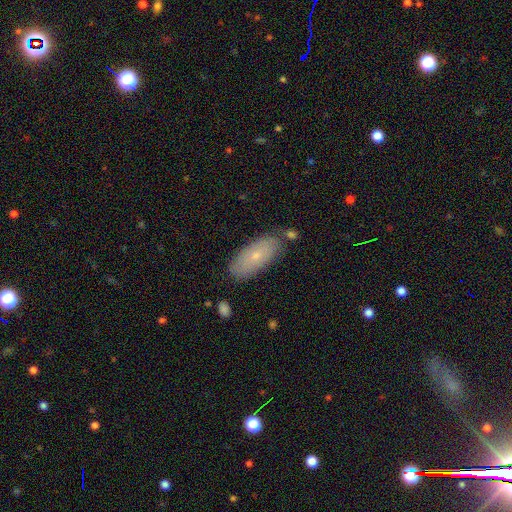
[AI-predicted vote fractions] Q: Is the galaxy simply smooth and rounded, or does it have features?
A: smooth — 67%.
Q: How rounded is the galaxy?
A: in between — 85%.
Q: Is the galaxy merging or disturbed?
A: none — 79%.